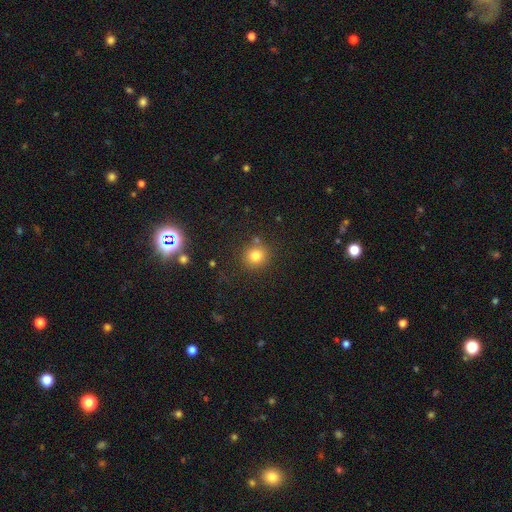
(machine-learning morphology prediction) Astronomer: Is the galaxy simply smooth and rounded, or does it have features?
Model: smooth — 80%.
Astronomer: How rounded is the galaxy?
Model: round — 89%.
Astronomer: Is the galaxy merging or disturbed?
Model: none — 81%.